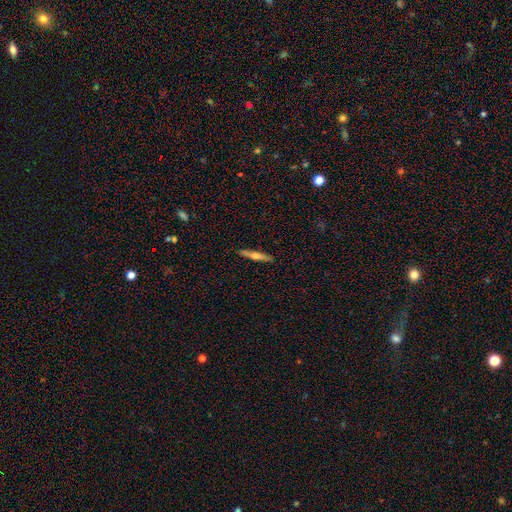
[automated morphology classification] Smooth or featured? Predicted: featured or disk (p=0.51). Edge-on disk? Predicted: yes (p=0.95). Merging? Predicted: none (p=0.91).